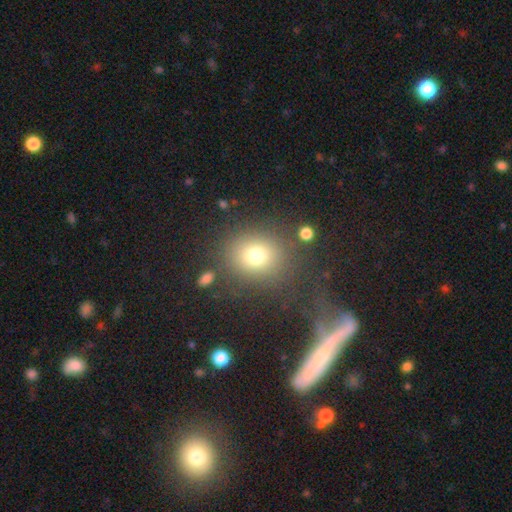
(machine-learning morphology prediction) Overall: smooth (75%). How rounded: round (76%). Merging: none (78%).